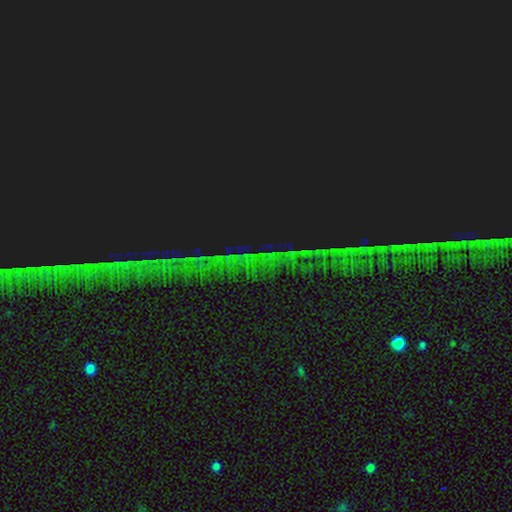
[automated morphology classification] smooth_or_featured: star or artifact (p=0.84) [alt: featured or disk p=0.08]